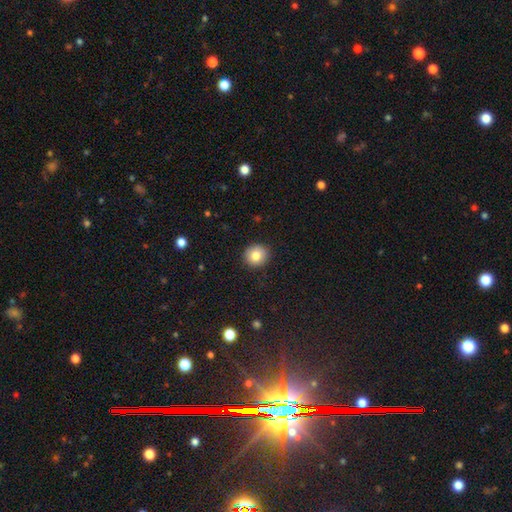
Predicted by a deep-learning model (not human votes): Overall: smooth (81%). How rounded: round (89%). Merging: none (91%).